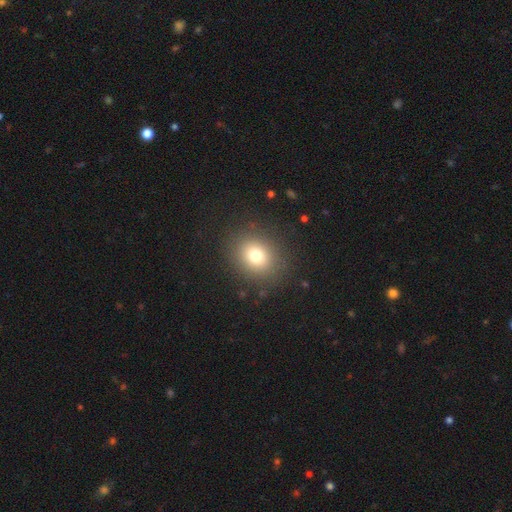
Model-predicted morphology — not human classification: The model was most divided on "how rounded": round: 71%, in between: 28%, cigar-shaped: 1%. More confident: merging — none (87%); smooth or featured — smooth (75%).